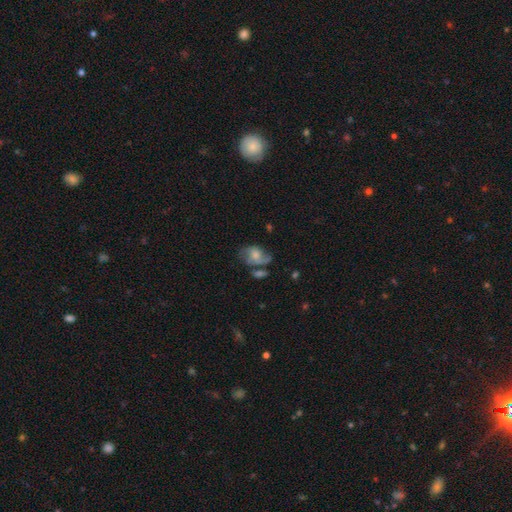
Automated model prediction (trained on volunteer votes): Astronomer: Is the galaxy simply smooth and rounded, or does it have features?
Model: featured or disk — 56% (runner-up: smooth, 35%).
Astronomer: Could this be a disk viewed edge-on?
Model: no — 96%.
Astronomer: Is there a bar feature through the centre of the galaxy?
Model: no — 68%.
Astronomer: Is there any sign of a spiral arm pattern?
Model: yes — 80%.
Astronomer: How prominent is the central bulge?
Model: moderate — 44% (runner-up: small, 28%).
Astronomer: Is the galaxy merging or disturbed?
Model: none — 42% (runner-up: minor disturbance, 24%).